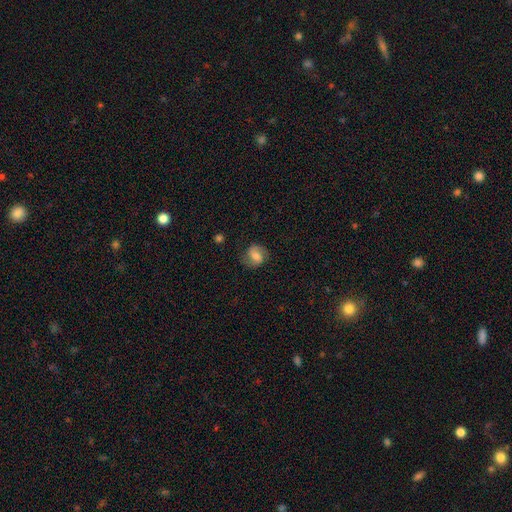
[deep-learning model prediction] This appears to be a featured or disk galaxy (53%) with a weak bar (46%), spiral arms (89%) and a moderate central bulge (52%). Merging: none (74%).